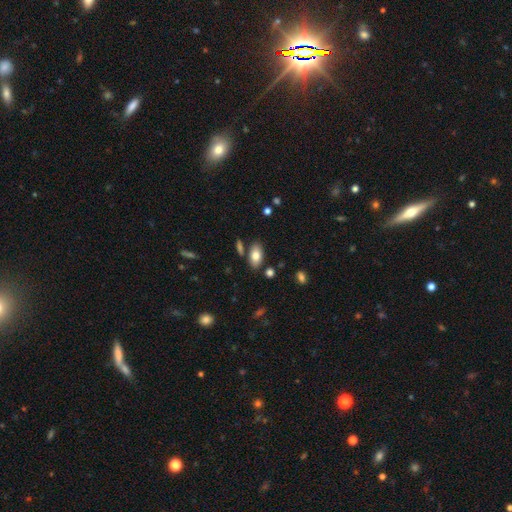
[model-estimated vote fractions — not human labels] The model was most divided on "smooth or featured": smooth: 78%, featured or disk: 14%, star or artifact: 7%. More confident: how rounded — in between (93%); merging — none (80%).